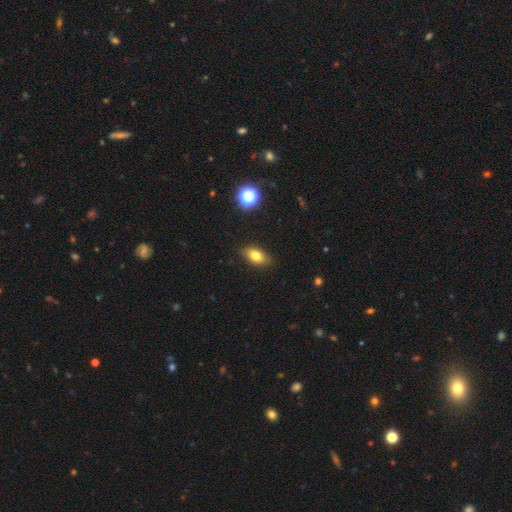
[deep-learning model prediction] This is likely a smooth galaxy (79%). How rounded: clearly in between (87%). Merging: clearly none (85%).